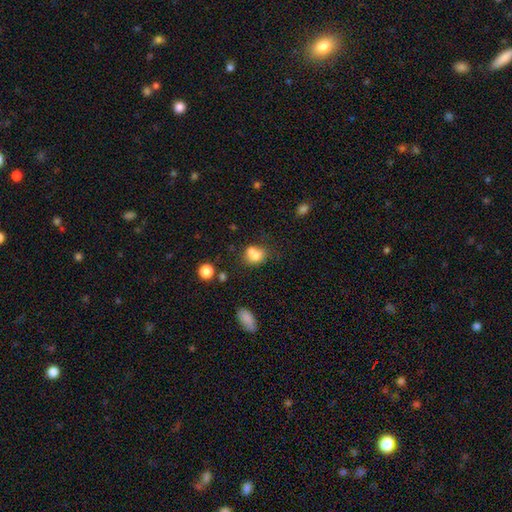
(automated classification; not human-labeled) smooth 70%, featured or disk 18%, star or artifact 12%. Down the decision tree: how rounded — round (56%); merging — merger (54%).